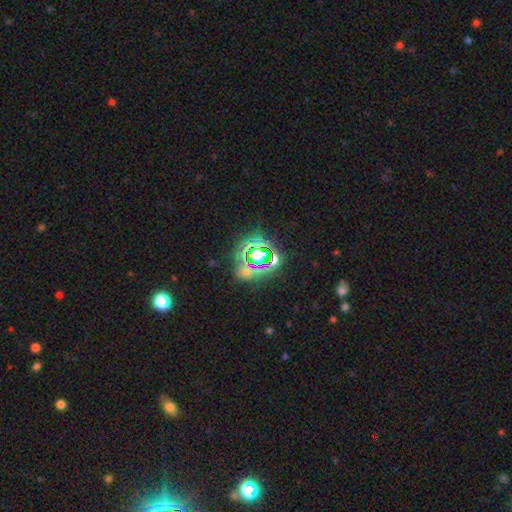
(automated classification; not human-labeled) smooth_or_featured: star or artifact (p=0.65) [alt: smooth p=0.24]